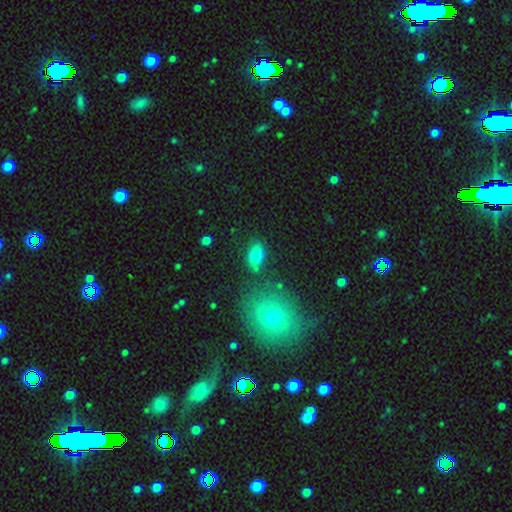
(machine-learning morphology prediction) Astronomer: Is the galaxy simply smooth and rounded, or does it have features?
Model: smooth — 79%.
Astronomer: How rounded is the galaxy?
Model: in between — 86%.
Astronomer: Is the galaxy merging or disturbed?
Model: none — 74%.